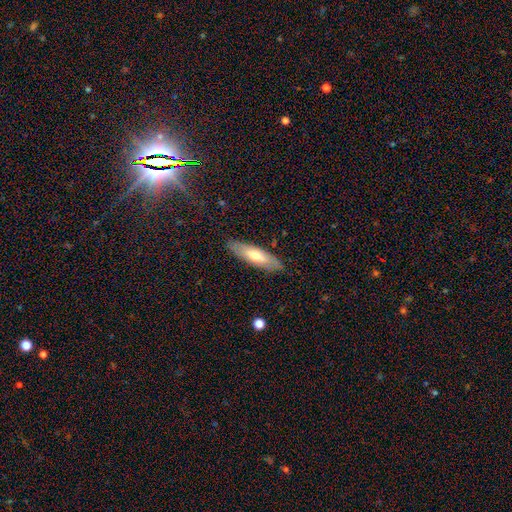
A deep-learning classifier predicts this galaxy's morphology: The model was most divided on "how rounded": cigar-shaped: 53%, in between: 45%, round: 2%. More confident: merging — none (86%); smooth or featured — smooth (59%).